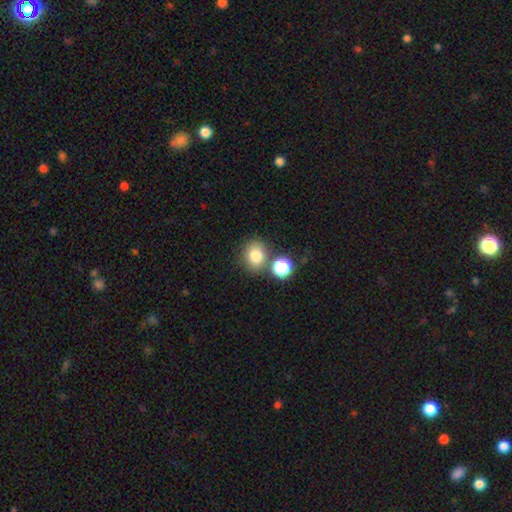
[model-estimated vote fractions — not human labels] Morphology: type=smooth (81%); roundness=round (68%); merging=none (70%).